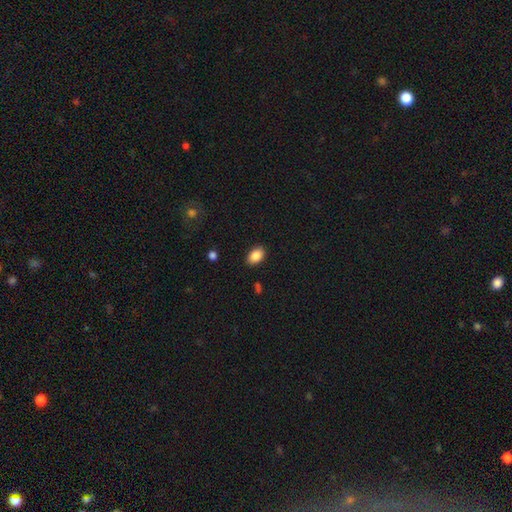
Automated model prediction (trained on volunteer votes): Smooth or featured? Predicted: smooth (p=0.88). How rounded? Predicted: in between (p=0.87). Merging? Predicted: none (p=0.87).